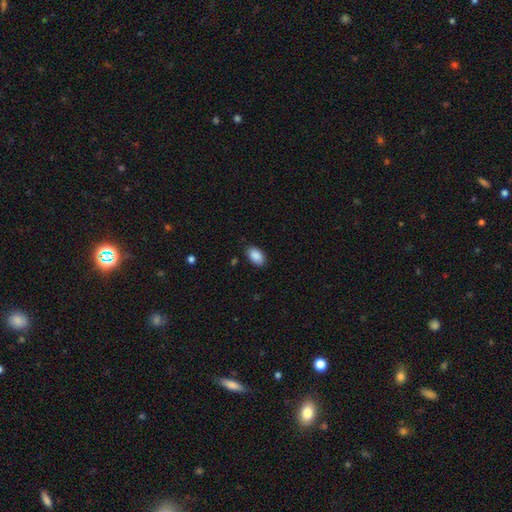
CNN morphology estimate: Overall: smooth (90%). How rounded: in between (93%). Merging: none (86%).